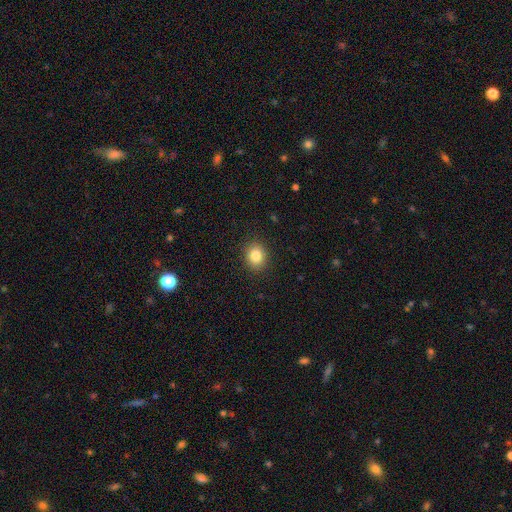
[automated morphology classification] A smooth galaxy with no disk features (84%) that is round (66%).

Vote fractions:
- Smooth or featured? smooth: 84% / star or artifact: 10% / featured or disk: 6%
- How rounded? round: 66% / in between: 34% / cigar-shaped: 1%
- Merging? none: 90% / minor disturbance: 7% / major disturbance: 2% / merger: 1%